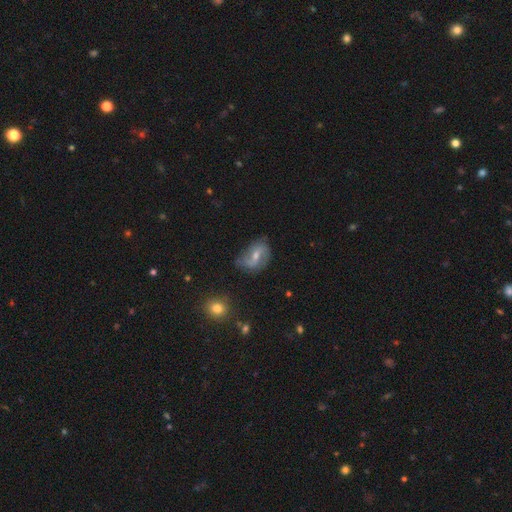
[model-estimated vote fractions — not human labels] Overall: featured or disk (67%). Edge-on disk: no (96%). Bar: weak (50%; no 31%). Spiral arms: yes (85%). Spiral arm count: 2 (69%). Spiral winding: loose (44%; medium 38%). Bulge size: moderate (50%; small 45%). Merging: none (59%; minor disturbance 27%).